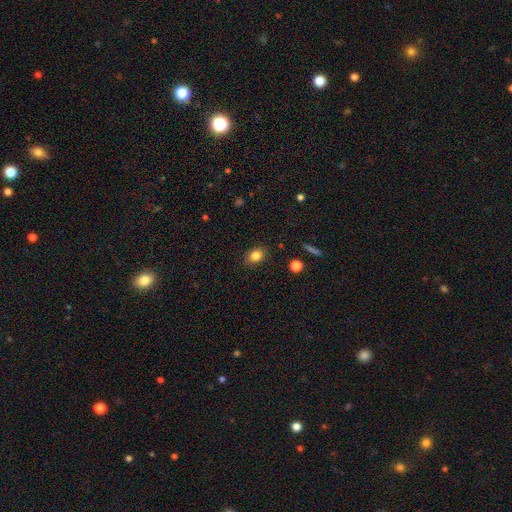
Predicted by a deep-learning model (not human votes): Q: Smooth or featured?
A: smooth (82%); runner-up: star or artifact (10%)
Q: How rounded?
A: in between (64%); runner-up: round (34%)
Q: Merging?
A: none (85%); runner-up: minor disturbance (11%)